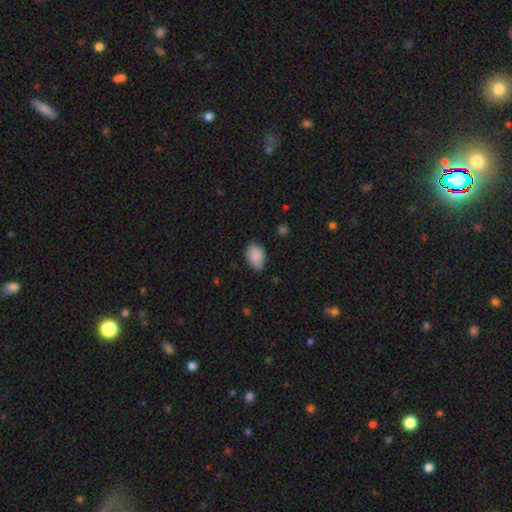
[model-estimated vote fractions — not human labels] A smooth galaxy with no disk features (89%) that is in between round and cigar-shaped (86%).

Vote fractions:
- Smooth or featured? smooth: 89% / star or artifact: 7% / featured or disk: 4%
- How rounded? in between: 86% / round: 13% / cigar-shaped: 1%
- Merging? none: 75% / minor disturbance: 20% / major disturbance: 3% / merger: 1%